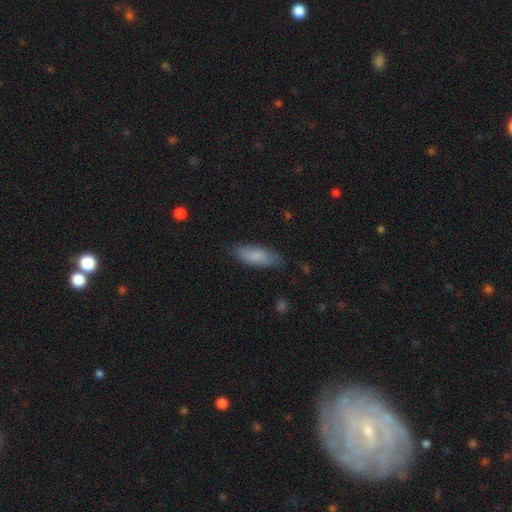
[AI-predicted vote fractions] The model was most divided on "how rounded": in between: 68%, cigar-shaped: 30%, round: 2%. More confident: smooth or featured — smooth (85%); merging — none (82%).